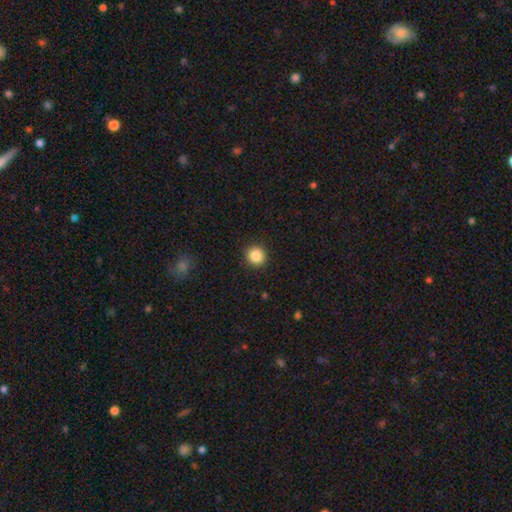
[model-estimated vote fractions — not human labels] Morphology: type=smooth (86%); roundness=round (91%); merging=none (91%).